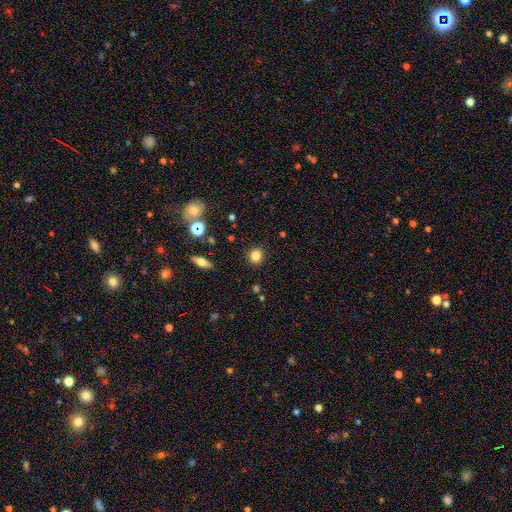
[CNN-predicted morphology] smooth-or-featured: smooth: 82% | star or artifact: 12% | featured or disk: 6%
  how-rounded: round: 88% | in between: 11% | cigar-shaped: 1%
  merging: none: 90% | minor disturbance: 6% | major disturbance: 2% | merger: 2%